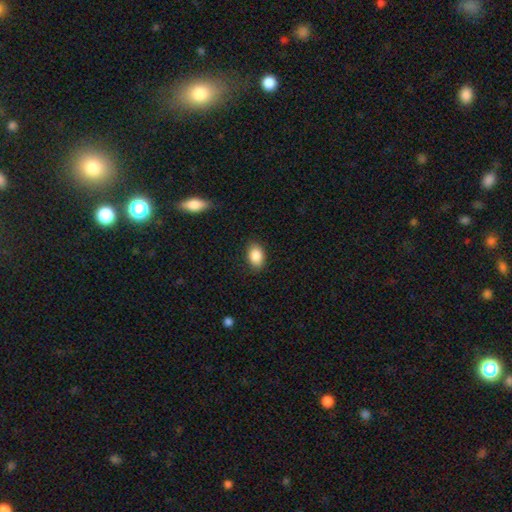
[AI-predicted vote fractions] This is clearly a smooth galaxy (88%). How rounded: clearly in between (84%). Merging: clearly none (86%).